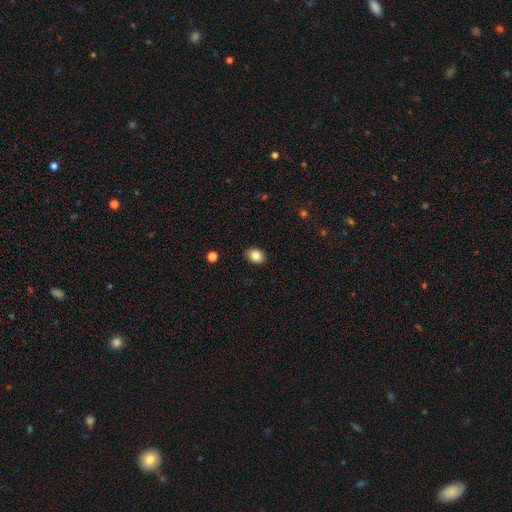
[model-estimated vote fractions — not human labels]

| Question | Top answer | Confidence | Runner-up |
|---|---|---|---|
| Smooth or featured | smooth | 85% | star or artifact (9%) |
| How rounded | in between | 63% | round (37%) |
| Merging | none | 87% | minor disturbance (10%) |